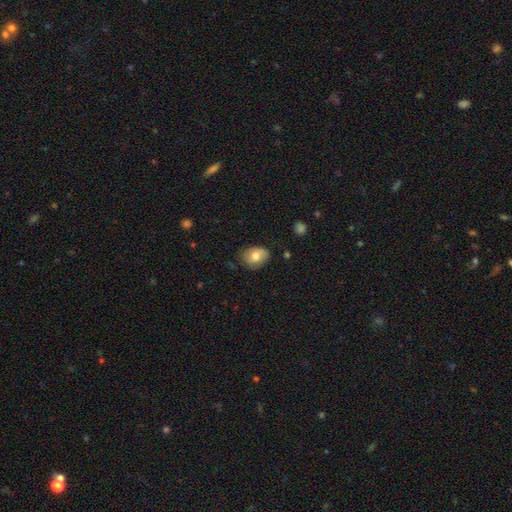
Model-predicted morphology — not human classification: type=smooth (74%); roundness=in between (72%); merging=none (71%).